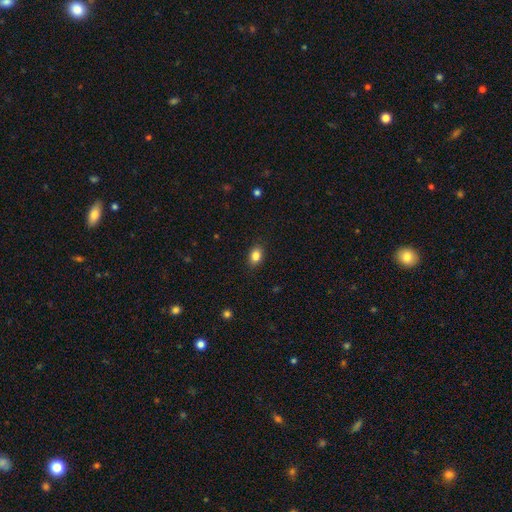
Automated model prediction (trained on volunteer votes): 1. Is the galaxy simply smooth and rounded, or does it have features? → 85% smooth, 9% star or artifact, 6% featured or disk.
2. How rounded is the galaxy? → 79% in between, 19% round, 1% cigar-shaped.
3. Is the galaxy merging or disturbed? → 88% none, 9% minor disturbance, 2% major disturbance, 1% merger.